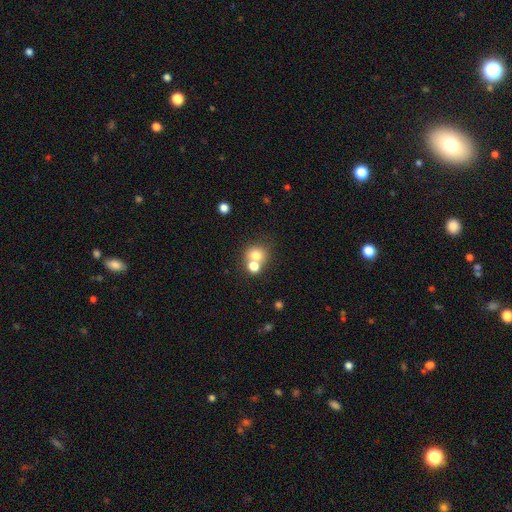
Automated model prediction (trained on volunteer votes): Morphology: type=smooth (73%); roundness=round (79%); merging=merger (45%).